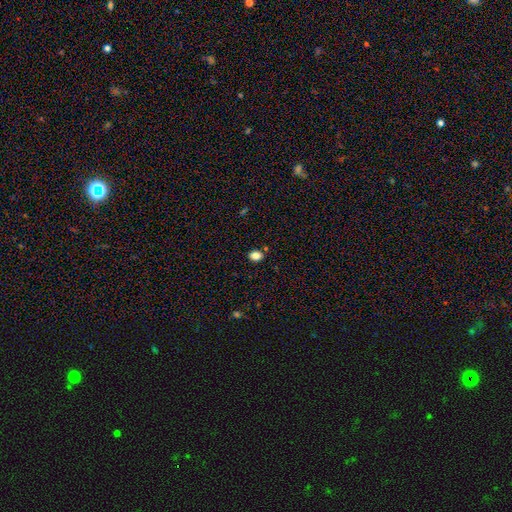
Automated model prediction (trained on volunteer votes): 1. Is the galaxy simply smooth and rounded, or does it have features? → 83% smooth, 12% star or artifact, 6% featured or disk.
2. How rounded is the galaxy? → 64% in between, 34% round, 1% cigar-shaped.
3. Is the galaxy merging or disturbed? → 83% none, 11% minor disturbance, 4% merger, 2% major disturbance.